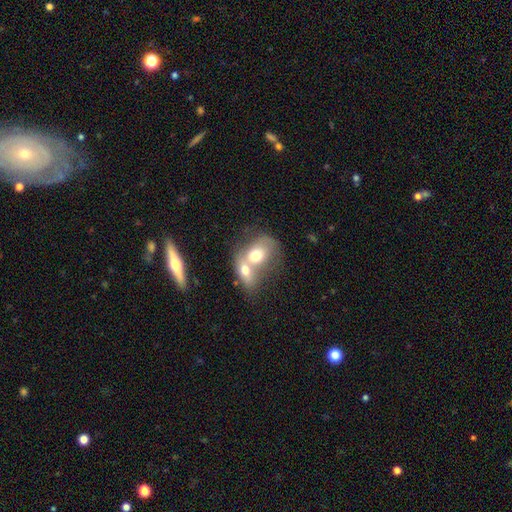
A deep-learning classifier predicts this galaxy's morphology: smooth-or-featured: smooth: 64% | featured or disk: 29% | star or artifact: 7%
  how-rounded: in between: 63% | round: 35% | cigar-shaped: 2%
  merging: merger: 73% | none: 15% | minor disturbance: 6% | major disturbance: 5%